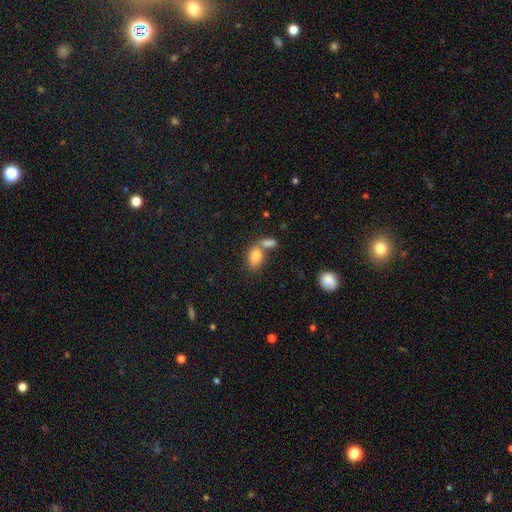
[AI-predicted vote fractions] Morphology: type=smooth (81%); roundness=in between (86%); merging=merger (42%).